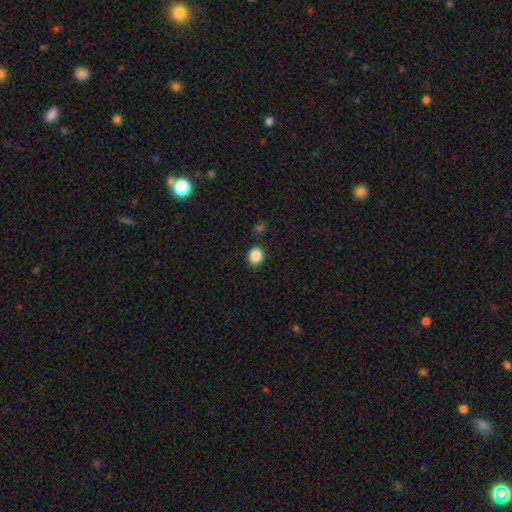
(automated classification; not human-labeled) Smooth or featured? smooth (87%)
How rounded? round (61%)
Merging? none (83%)